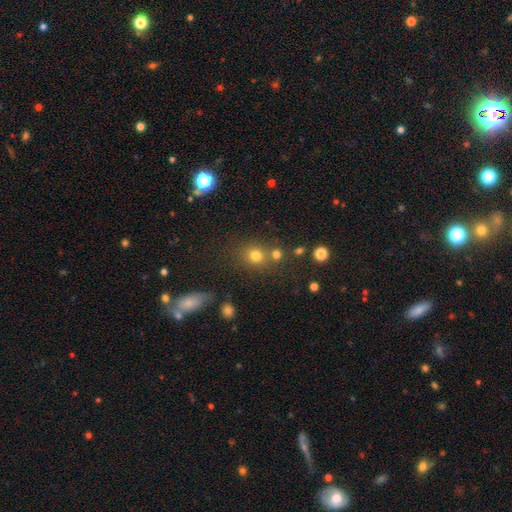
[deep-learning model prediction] smooth-or-featured: smooth: 75% | star or artifact: 16% | featured or disk: 9%
  how-rounded: round: 81% | in between: 18% | cigar-shaped: 1%
  merging: none: 64% | merger: 20% | minor disturbance: 11% | major disturbance: 5%